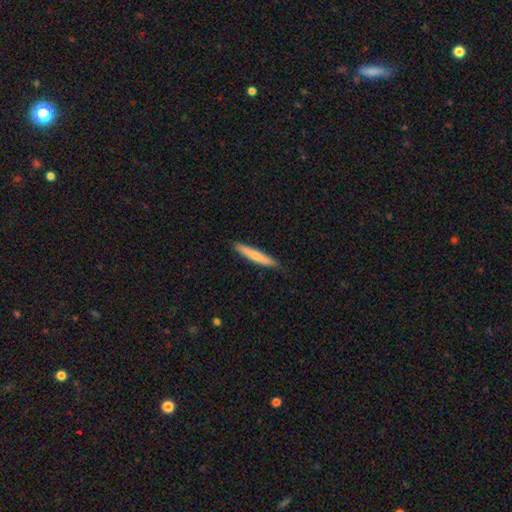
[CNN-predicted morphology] Smooth or featured? smooth (72%)
How rounded? cigar-shaped (94%)
Merging? none (88%)